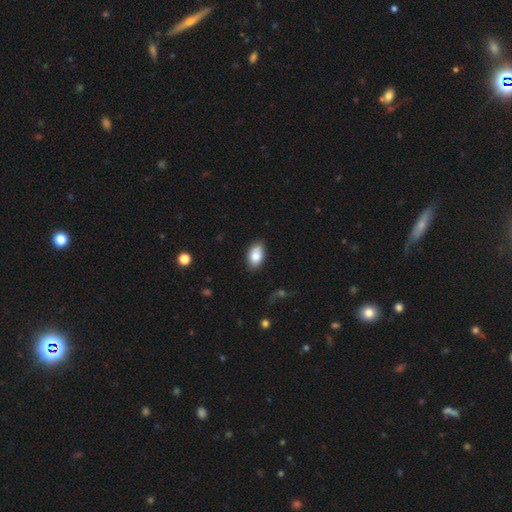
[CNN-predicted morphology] smooth-or-featured: smooth: 84% | featured or disk: 8% | star or artifact: 7%
  how-rounded: in between: 92% | round: 7% | cigar-shaped: 2%
  merging: none: 81% | minor disturbance: 15% | major disturbance: 3% | merger: 1%